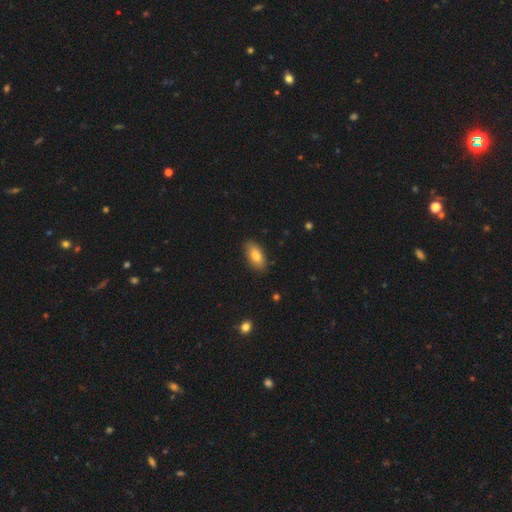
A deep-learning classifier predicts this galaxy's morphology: Smooth or featured? Predicted: smooth (p=0.80). How rounded? Predicted: in between (p=0.88). Merging? Predicted: none (p=0.85).